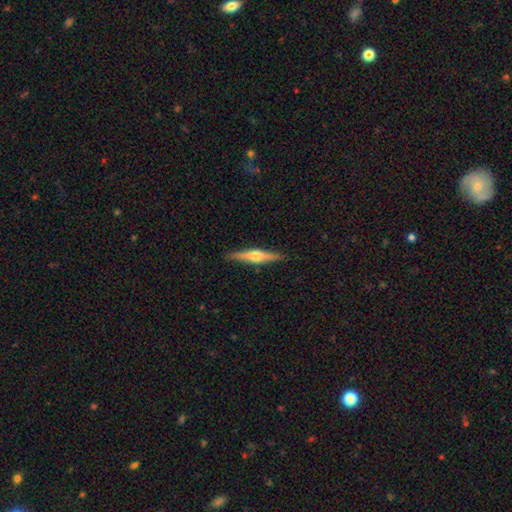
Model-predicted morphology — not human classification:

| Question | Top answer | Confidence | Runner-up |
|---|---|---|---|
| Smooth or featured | featured or disk | 70% | smooth (24%) |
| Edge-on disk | yes | 97% | no (3%) |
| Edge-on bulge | rounded | 90% | boxy (7%) |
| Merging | none | 90% | minor disturbance (7%) |